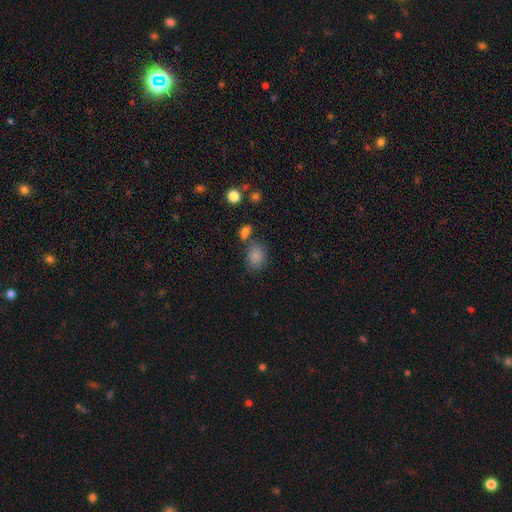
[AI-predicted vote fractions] Morphology: type=smooth (84%); roundness=in between (62%); merging=none (64%).